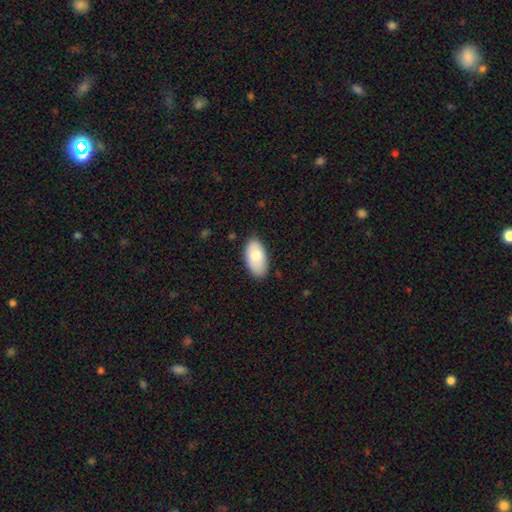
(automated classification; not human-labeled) The model was most divided on "smooth or featured": smooth: 74%, featured or disk: 20%, star or artifact: 6%. More confident: how rounded — in between (95%); merging — none (83%).